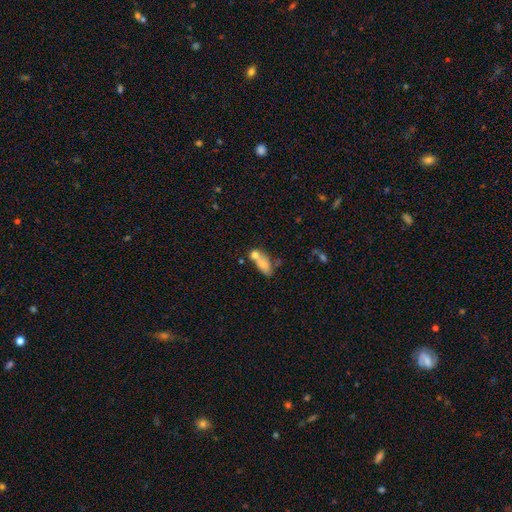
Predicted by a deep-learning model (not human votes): This is likely a smooth galaxy (69%). How rounded: likely in between (72%). Merging: possibly merger (53%).